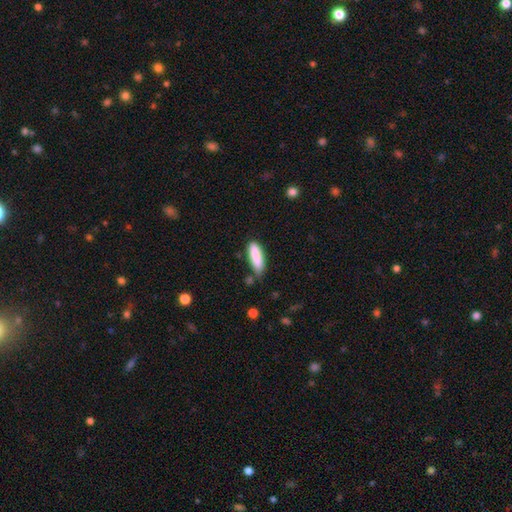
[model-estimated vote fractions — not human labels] This is clearly a smooth galaxy (87%). How rounded: possibly cigar-shaped (55%). Merging: likely none (70%).